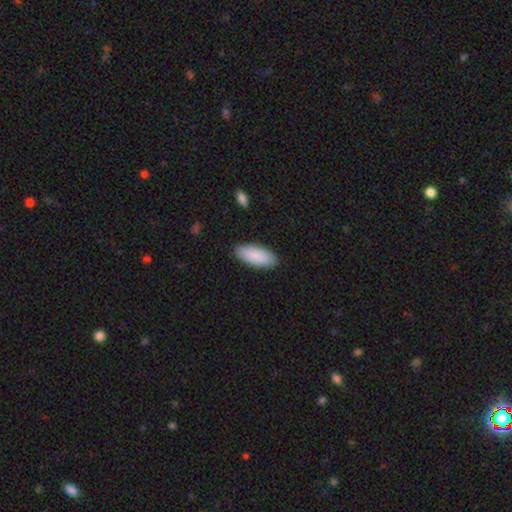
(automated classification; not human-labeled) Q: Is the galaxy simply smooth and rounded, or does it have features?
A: smooth — 89%.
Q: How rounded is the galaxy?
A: in between — 84%.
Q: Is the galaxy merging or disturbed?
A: none — 88%.